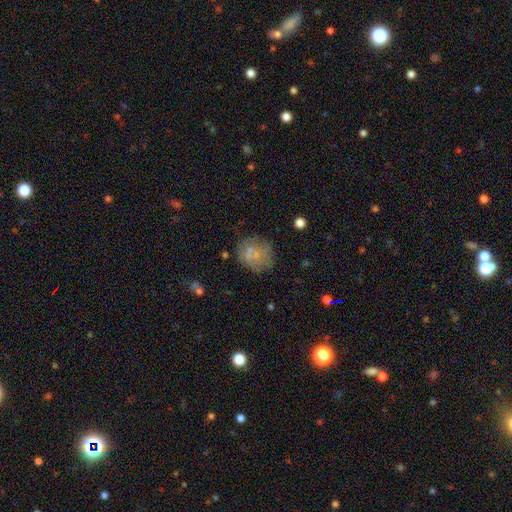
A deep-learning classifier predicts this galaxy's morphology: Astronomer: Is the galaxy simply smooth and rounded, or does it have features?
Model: smooth — 56%.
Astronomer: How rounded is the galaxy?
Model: round — 74%.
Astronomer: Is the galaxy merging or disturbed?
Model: none — 59%.